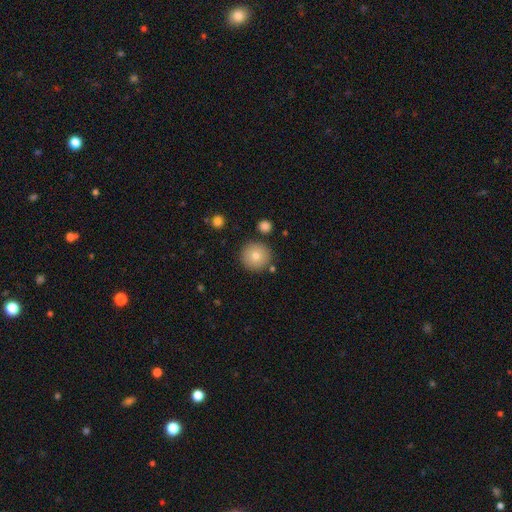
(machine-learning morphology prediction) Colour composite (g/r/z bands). It shows a smooth galaxy with no disk features (79%) that is round (95%). Merging: none (87%).